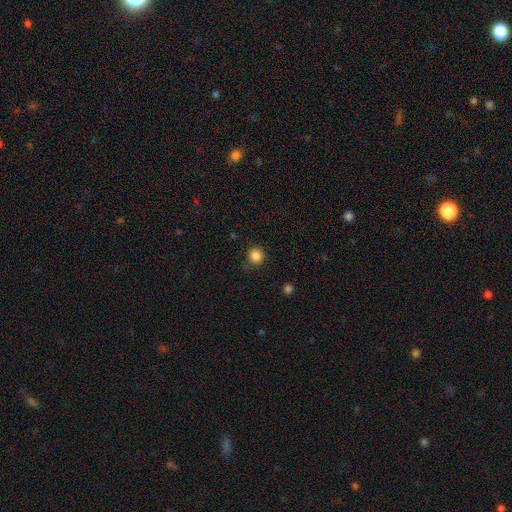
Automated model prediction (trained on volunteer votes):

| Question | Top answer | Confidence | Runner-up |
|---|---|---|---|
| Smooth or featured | smooth | 86% | star or artifact (11%) |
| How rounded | round | 90% | in between (9%) |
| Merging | none | 86% | minor disturbance (9%) |